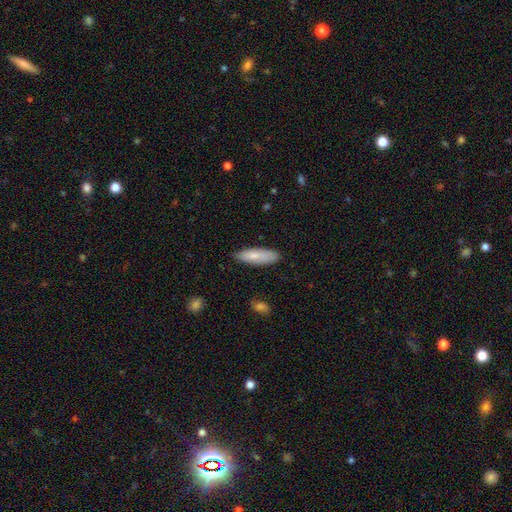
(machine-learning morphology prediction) smooth 78%, featured or disk 16%, star or artifact 6%. Down the decision tree: how rounded — in between (49%, tied with cigar-shaped); merging — none (80%).